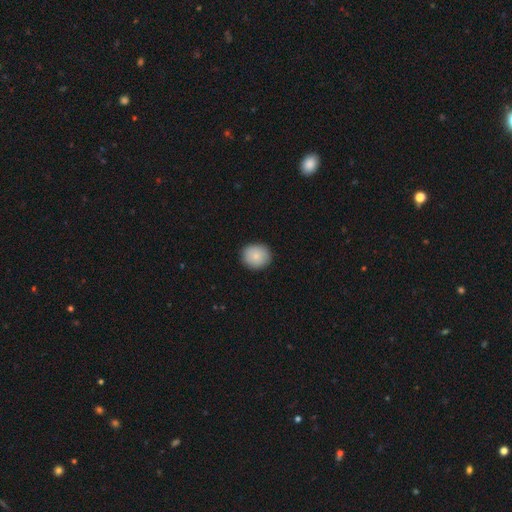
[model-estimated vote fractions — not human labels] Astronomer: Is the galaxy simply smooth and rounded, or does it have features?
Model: smooth — 85%.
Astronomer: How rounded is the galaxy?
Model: round — 77%.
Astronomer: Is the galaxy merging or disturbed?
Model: none — 89%.